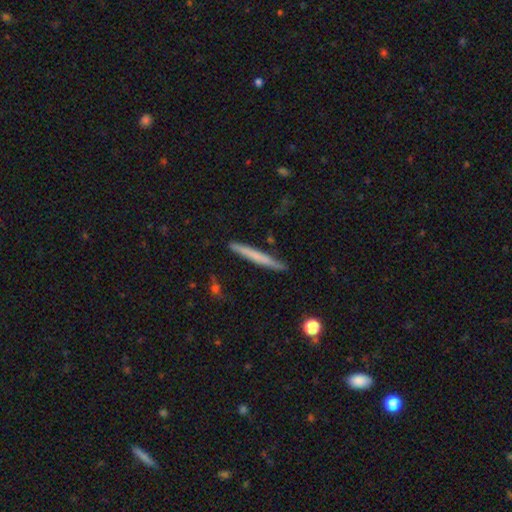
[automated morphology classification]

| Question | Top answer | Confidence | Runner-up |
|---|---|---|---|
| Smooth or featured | smooth | 61% | featured or disk (33%) |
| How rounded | cigar-shaped | 97% | in between (2%) |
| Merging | none | 89% | minor disturbance (8%) |